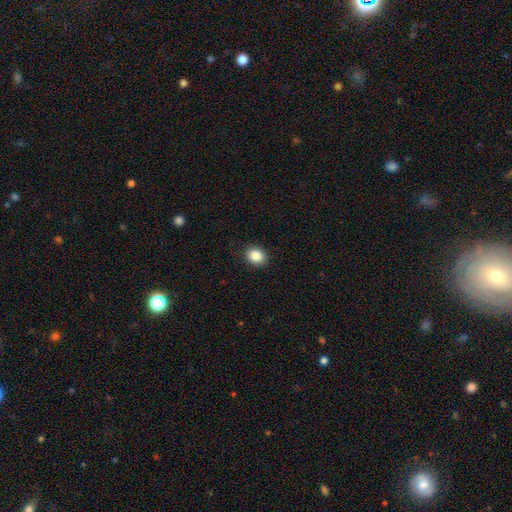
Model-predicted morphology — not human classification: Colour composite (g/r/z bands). It shows a smooth galaxy with no disk features (87%) that is round (54%). Merging: none (90%).